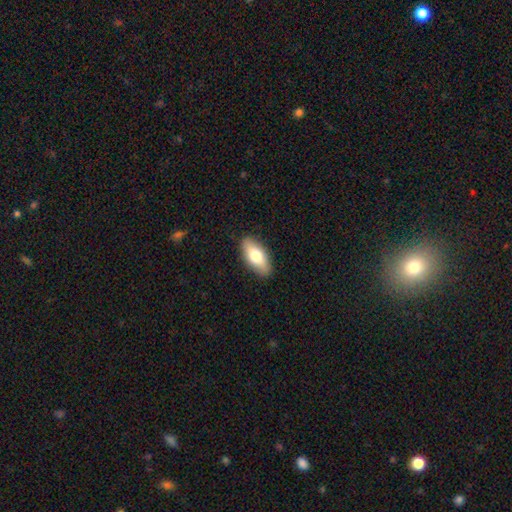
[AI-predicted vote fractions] Q: Smooth or featured?
A: smooth (74%); runner-up: featured or disk (20%)
Q: How rounded?
A: in between (85%); runner-up: cigar-shaped (12%)
Q: Merging?
A: none (88%); runner-up: minor disturbance (9%)